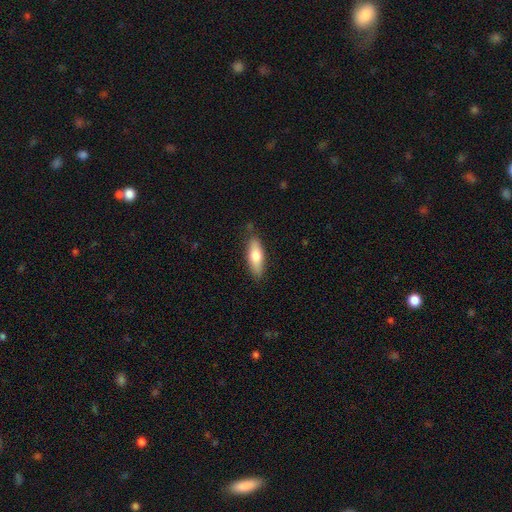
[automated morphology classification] Smooth or featured?
  - smooth: 72% *
  - featured or disk: 22%
  - star or artifact: 6%
How rounded?
  - in between: 62% *
  - cigar-shaped: 36%
  - round: 2%
Merging?
  - none: 82% *
  - minor disturbance: 14%
  - major disturbance: 3%
  - merger: 2%